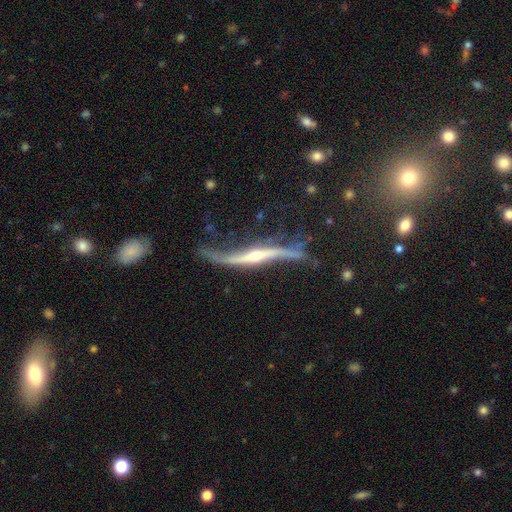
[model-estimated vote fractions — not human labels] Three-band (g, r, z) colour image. It shows a featured or disk galaxy (87%) viewed edge-on (72%) with a rounded central bulge (85%). Merging: none (55%).